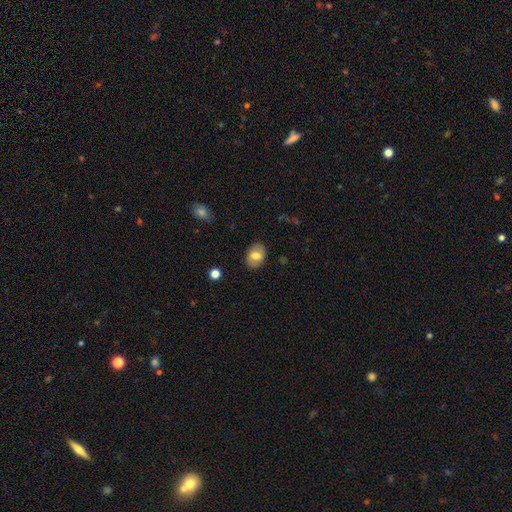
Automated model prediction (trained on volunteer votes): A smooth galaxy with no disk features (70%) that is in between round and cigar-shaped (74%).

Vote fractions:
- Smooth or featured? smooth: 70% / featured or disk: 22% / star or artifact: 8%
- How rounded? in between: 74% / round: 25% / cigar-shaped: 1%
- Merging? none: 86% / minor disturbance: 10% / major disturbance: 3% / merger: 1%